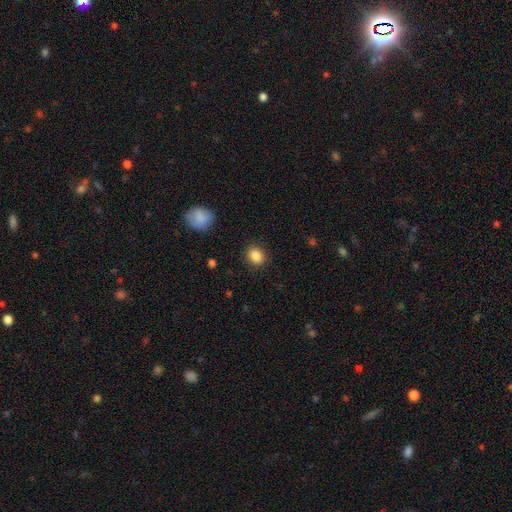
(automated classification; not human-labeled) Smooth or featured? smooth (87%)
How rounded? round (66%)
Merging? none (89%)